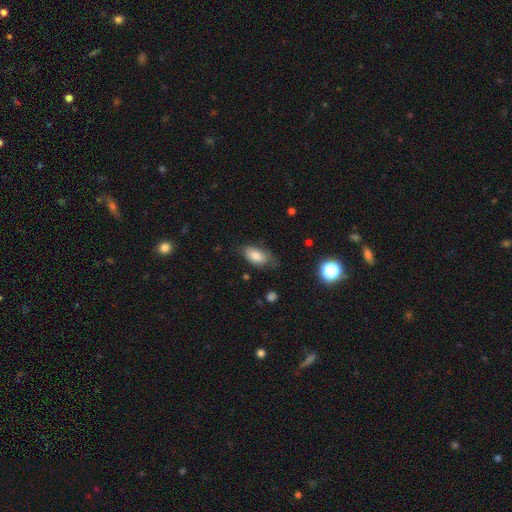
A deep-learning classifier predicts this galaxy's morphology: A smooth galaxy with no disk features (80%) that is in between round and cigar-shaped (92%). Merging: none (58%).